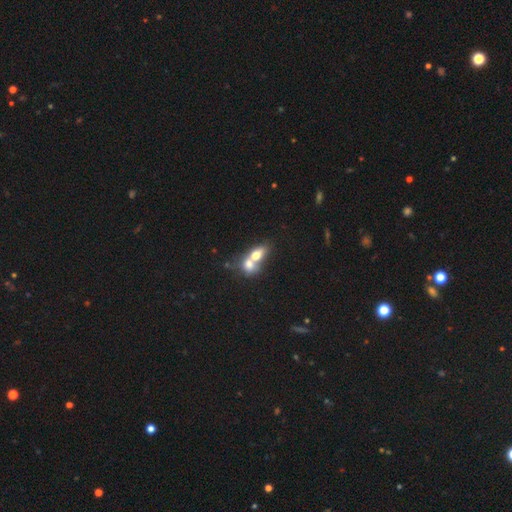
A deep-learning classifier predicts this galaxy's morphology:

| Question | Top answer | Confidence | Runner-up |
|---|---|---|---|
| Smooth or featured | smooth | 67% | featured or disk (24%) |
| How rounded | in between | 67% | round (29%) |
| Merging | merger | 77% | none (14%) |